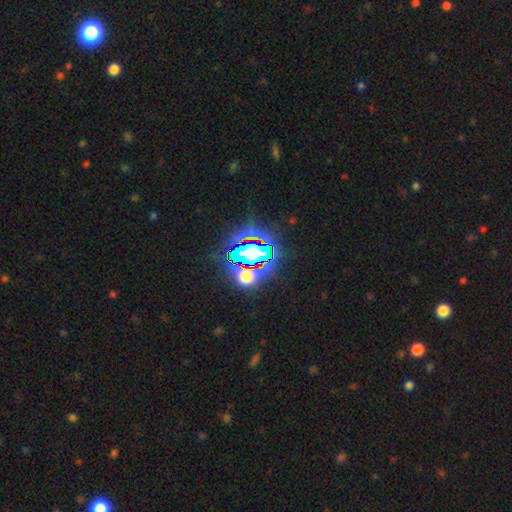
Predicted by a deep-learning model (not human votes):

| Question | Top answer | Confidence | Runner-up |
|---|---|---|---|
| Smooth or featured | star or artifact | 67% | smooth (20%) |